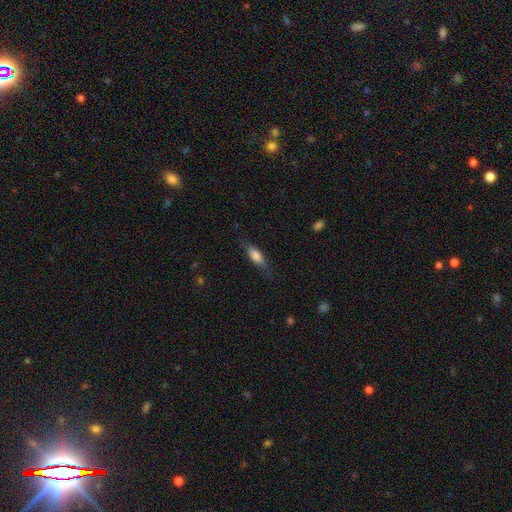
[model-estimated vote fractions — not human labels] smooth_or_featured: smooth (p=0.73) [alt: featured or disk p=0.20]
how_rounded: in between (p=0.62) [alt: cigar-shaped p=0.35]
merging: none (p=0.73) [alt: minor disturbance p=0.19]